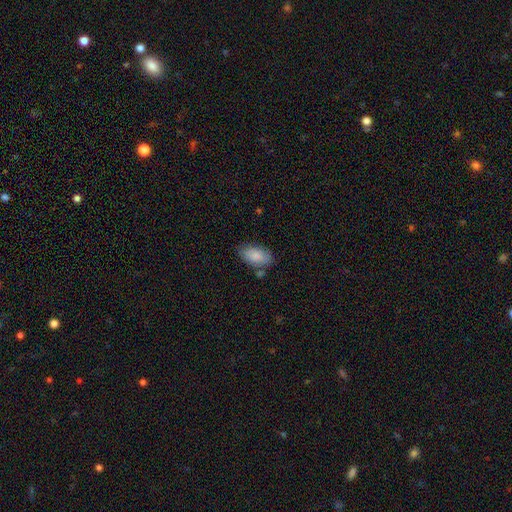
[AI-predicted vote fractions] Smooth or featured: smooth — 85% (featured or disk — 9%)
How rounded: in between — 94% (round — 4%)
Merging: none — 71% (minor disturbance — 19%)